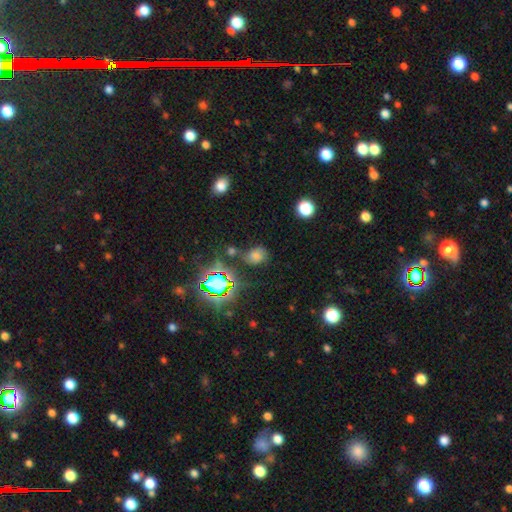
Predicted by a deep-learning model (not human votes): smooth_or_featured: smooth (p=0.54) [alt: star or artifact p=0.35]
how_rounded: round (p=0.55) [alt: in between p=0.44]
merging: none (p=0.69) [alt: minor disturbance p=0.18]